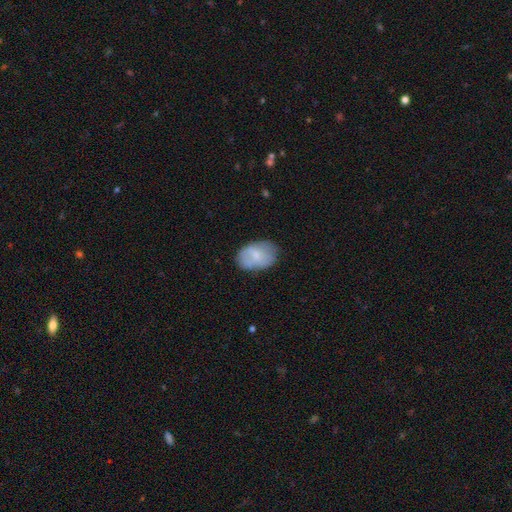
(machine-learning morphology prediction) type=smooth (69%); roundness=in between (86%); merging=none (69%).